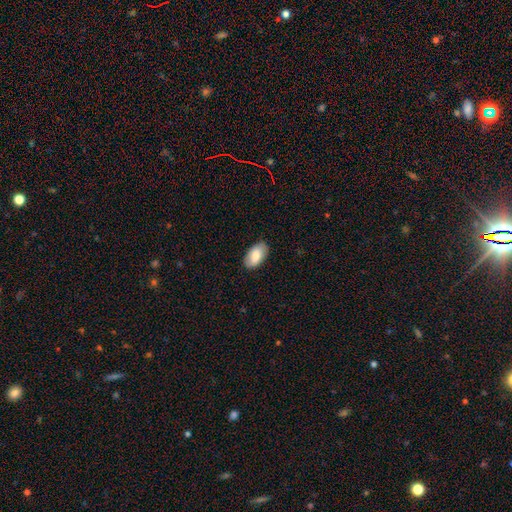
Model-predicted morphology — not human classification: type=smooth (82%); roundness=in between (95%); merging=none (86%).